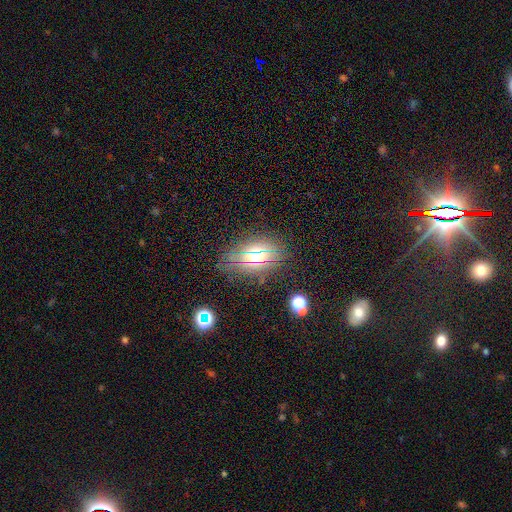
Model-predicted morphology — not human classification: Overall: smooth (49%; star or artifact 28%). Merging: none (81%).